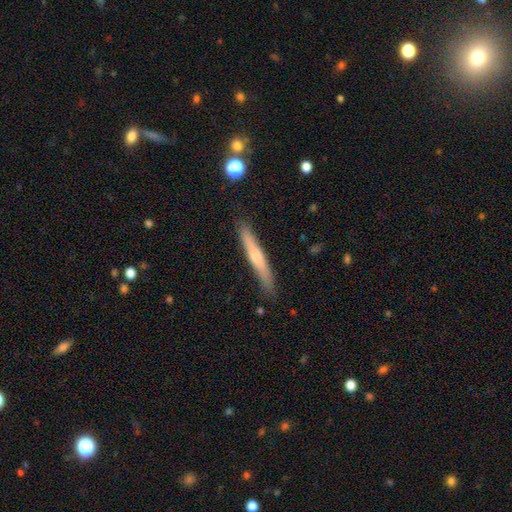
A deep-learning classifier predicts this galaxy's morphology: smooth_or_featured: smooth (p=0.59) [alt: featured or disk p=0.35]
how_rounded: cigar-shaped (p=0.95) [alt: in between p=0.04]
merging: none (p=0.85) [alt: minor disturbance p=0.11]